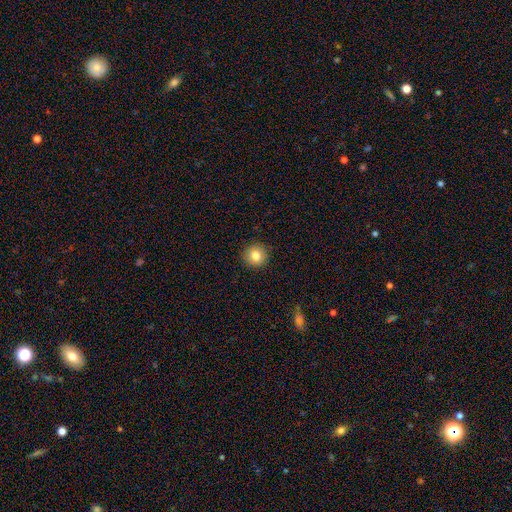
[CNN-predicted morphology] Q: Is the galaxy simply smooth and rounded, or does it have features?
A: smooth — 83%.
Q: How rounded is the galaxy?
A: round — 93%.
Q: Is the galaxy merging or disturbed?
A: none — 92%.